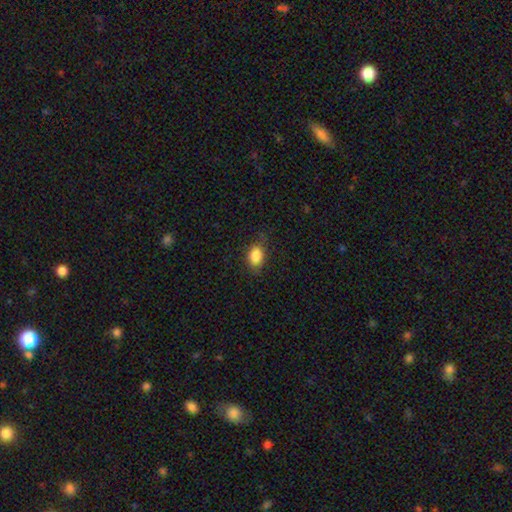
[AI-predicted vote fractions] smooth 85%, star or artifact 8%, featured or disk 6%. Down the decision tree: how rounded — in between (85%); merging — none (73%).